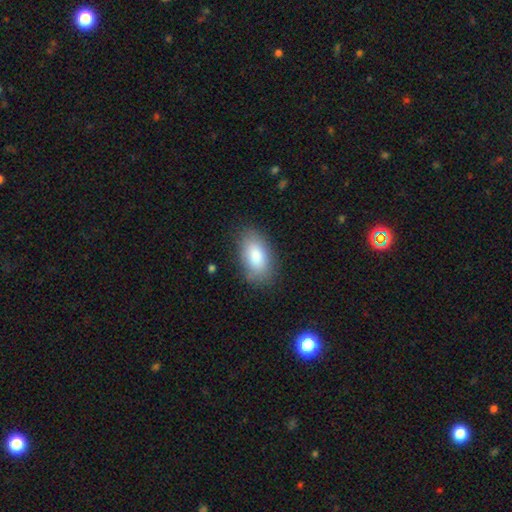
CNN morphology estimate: smooth 84%, featured or disk 9%, star or artifact 7%. Down the decision tree: how rounded — in between (93%); merging — none (82%).